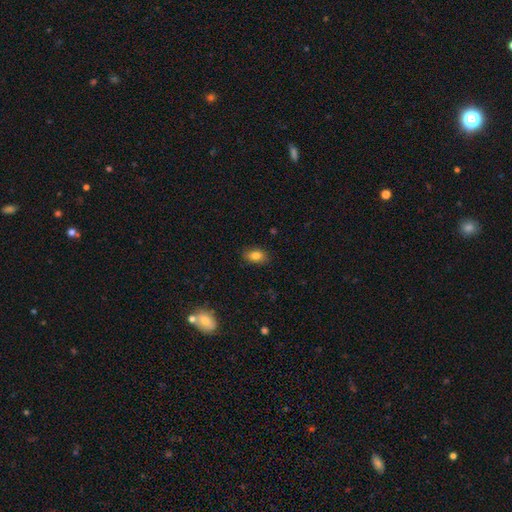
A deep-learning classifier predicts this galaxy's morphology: A smooth galaxy with no disk features (83%) that is in between round and cigar-shaped (86%).

Vote fractions:
- Smooth or featured? smooth: 83% / star or artifact: 9% / featured or disk: 8%
- How rounded? in between: 86% / round: 12% / cigar-shaped: 2%
- Merging? none: 85% / minor disturbance: 12% / major disturbance: 3% / merger: 1%